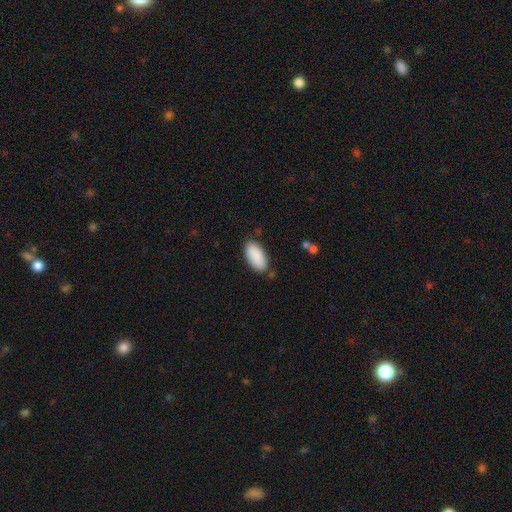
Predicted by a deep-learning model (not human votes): The model was most divided on "merging": none: 81%, minor disturbance: 14%, major disturbance: 3%, merger: 2%. More confident: how rounded — in between (91%); smooth or featured — smooth (90%).